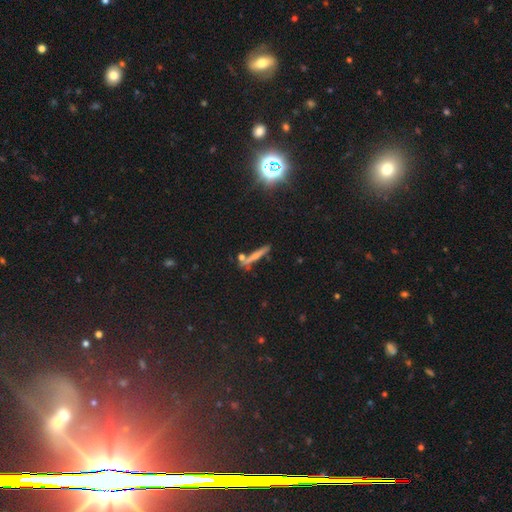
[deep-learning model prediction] smooth 48%, featured or disk 32%, star or artifact 20%. Down the decision tree: merging — none (73%).